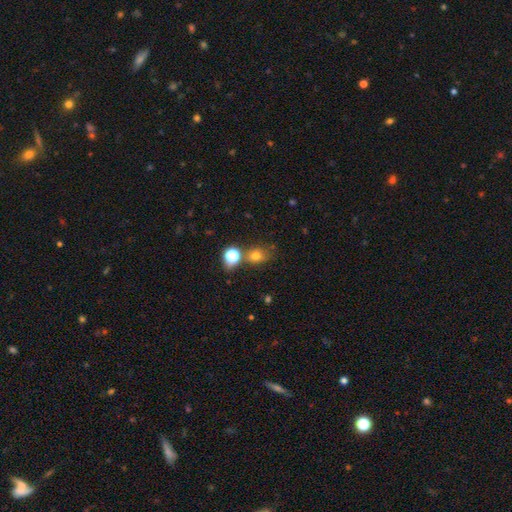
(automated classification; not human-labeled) Smooth or featured?
  - smooth: 70% *
  - star or artifact: 19%
  - featured or disk: 10%
How rounded?
  - round: 57% *
  - in between: 41%
  - cigar-shaped: 1%
Merging?
  - none: 62% *
  - merger: 18%
  - minor disturbance: 14%
  - major disturbance: 6%